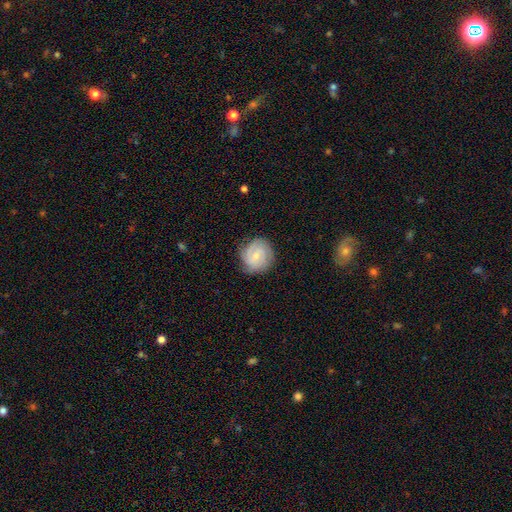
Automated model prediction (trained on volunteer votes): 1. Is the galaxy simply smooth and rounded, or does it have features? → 63% featured or disk, 30% smooth, 7% star or artifact.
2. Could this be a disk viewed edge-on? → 98% no, 2% yes.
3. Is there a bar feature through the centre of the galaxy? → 50% no, 44% weak, 7% strong.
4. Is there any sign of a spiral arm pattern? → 92% yes, 8% no.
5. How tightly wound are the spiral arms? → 61% tight, 31% medium, 8% loose.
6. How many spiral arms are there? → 30% 2, 28% can't tell, 27% 3, 7% 4, 5% 1, 4% more than 4.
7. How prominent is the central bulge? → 67% small, 27% moderate, 5% none, 1% large, 1% dominant.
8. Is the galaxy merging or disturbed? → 79% none, 16% minor disturbance, 4% major disturbance, 1% merger.